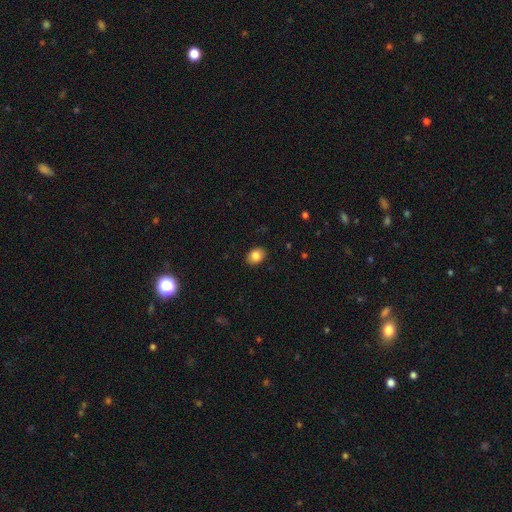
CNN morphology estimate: Smooth or featured?
  - smooth: 85% *
  - star or artifact: 9%
  - featured or disk: 7%
How rounded?
  - in between: 64% *
  - round: 35%
  - cigar-shaped: 1%
Merging?
  - none: 89% *
  - minor disturbance: 8%
  - major disturbance: 2%
  - merger: 1%